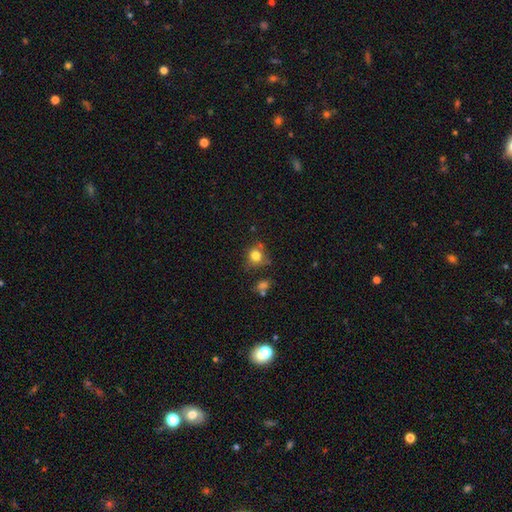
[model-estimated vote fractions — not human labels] This is clearly a smooth galaxy (80%). How rounded: clearly round (80%). Merging: likely none (63%).